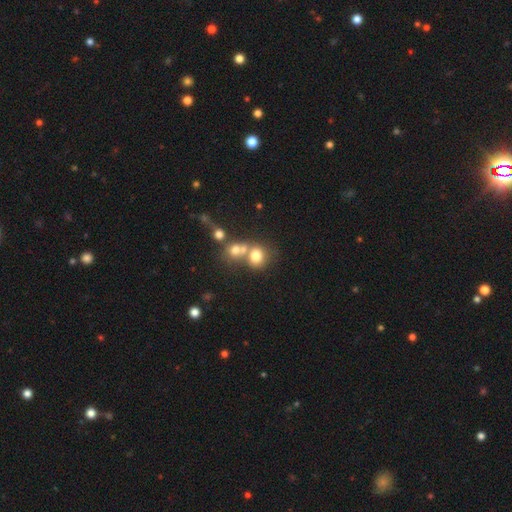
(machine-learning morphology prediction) The model was most divided on "merging": merger: 50%, none: 36%, minor disturbance: 8%, major disturbance: 6%. More confident: smooth or featured — smooth (72%); how rounded — round (72%).